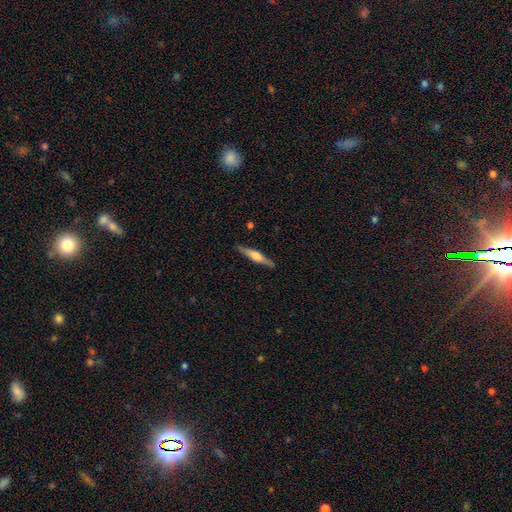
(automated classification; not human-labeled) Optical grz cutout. It shows a featured or disk galaxy (59%) viewed edge-on (96%) with a rounded central bulge (66%). Merging: none (87%).